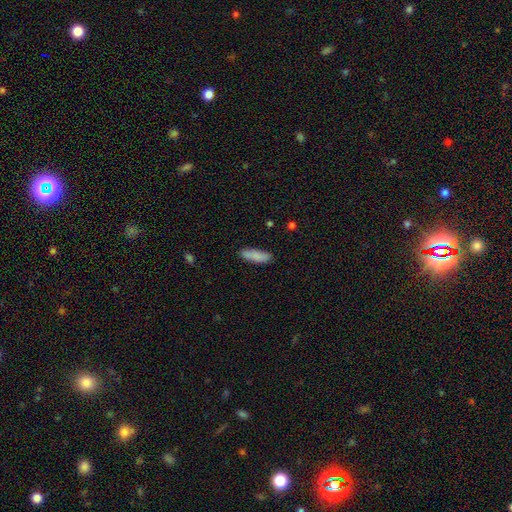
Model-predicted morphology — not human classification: smooth-or-featured: smooth: 86% | featured or disk: 7% | star or artifact: 6%
  how-rounded: in between: 51% | cigar-shaped: 47% | round: 2%
  merging: none: 84% | minor disturbance: 12% | major disturbance: 2% | merger: 2%